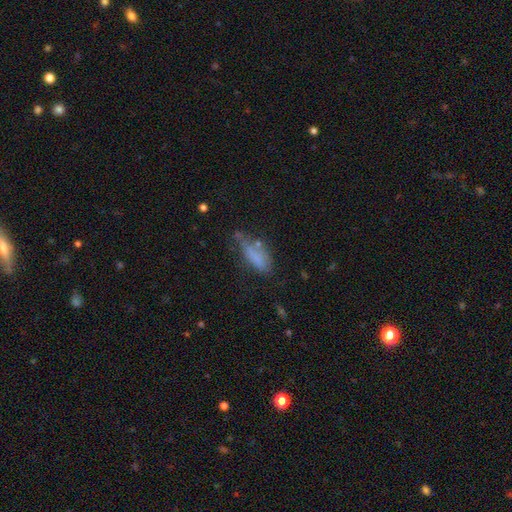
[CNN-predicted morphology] Smooth or featured: smooth — 71% (featured or disk — 18%)
How rounded: in between — 61% (cigar-shaped — 37%)
Merging: none — 41% (minor disturbance — 32%)